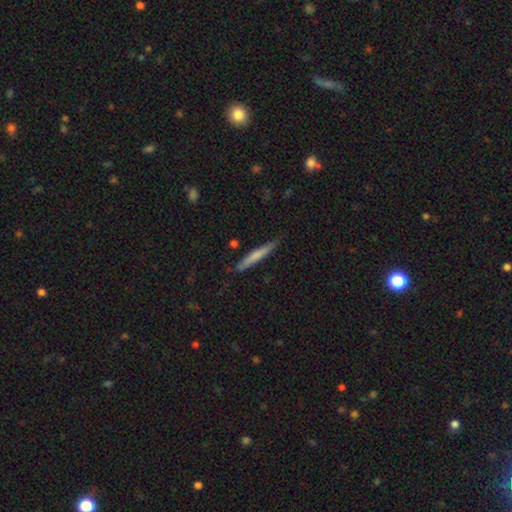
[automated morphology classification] Smooth or featured? Predicted: smooth (p=0.63). How rounded? Predicted: cigar-shaped (p=0.95). Merging? Predicted: none (p=0.84).